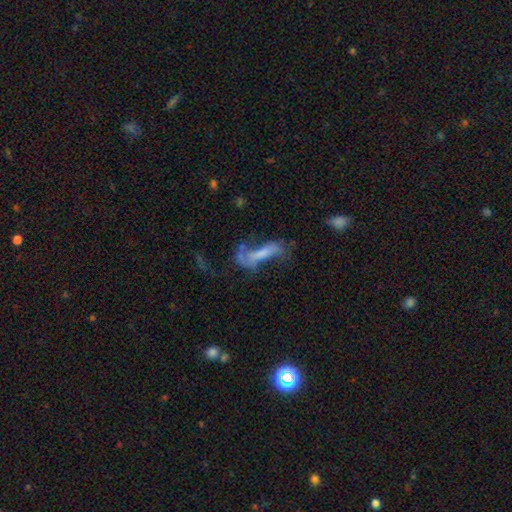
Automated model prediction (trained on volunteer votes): Q: Smooth or featured?
A: featured or disk (56%); runner-up: smooth (29%)
Q: Edge-on disk?
A: no (81%); runner-up: yes (19%)
Q: Merging?
A: major disturbance (35%); runner-up: none (33%)